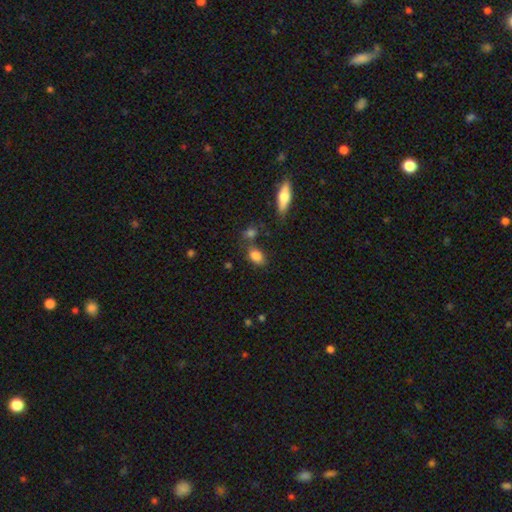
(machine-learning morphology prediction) Smooth or featured? smooth (84%)
How rounded? in between (82%)
Merging? none (63%)